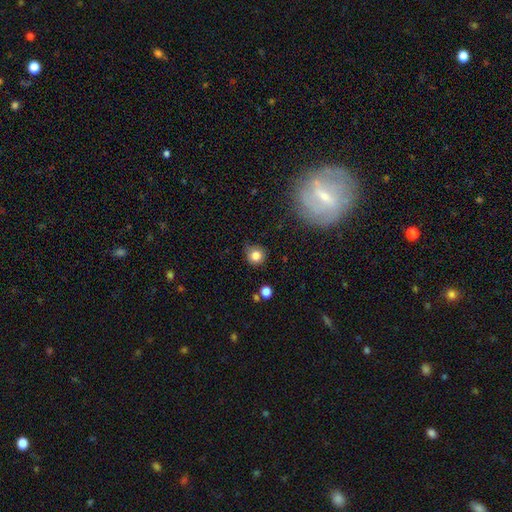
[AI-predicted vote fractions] Smooth or featured: smooth — 81% (star or artifact — 11%)
How rounded: round — 89% (in between — 10%)
Merging: none — 79% (minor disturbance — 15%)